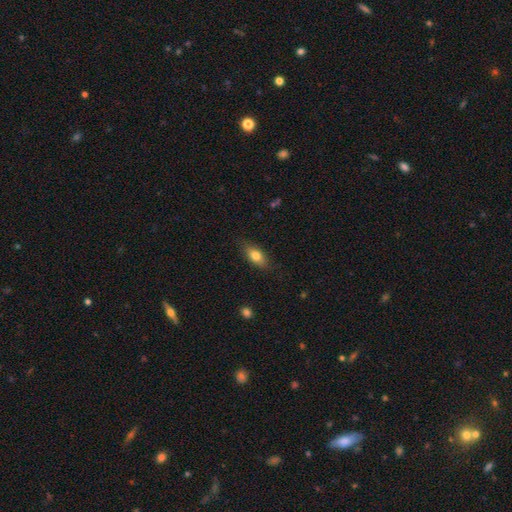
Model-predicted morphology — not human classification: smooth 76%, featured or disk 16%, star or artifact 8%. Down the decision tree: how rounded — in between (82%); merging — none (82%).